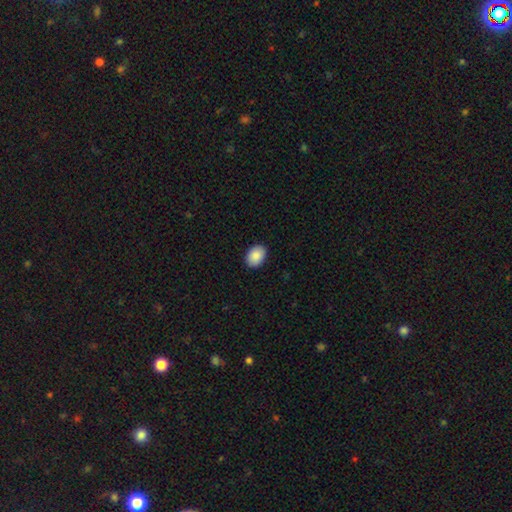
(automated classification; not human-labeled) Smooth or featured: smooth — 89% (star or artifact — 7%)
How rounded: in between — 75% (round — 24%)
Merging: none — 90% (minor disturbance — 7%)